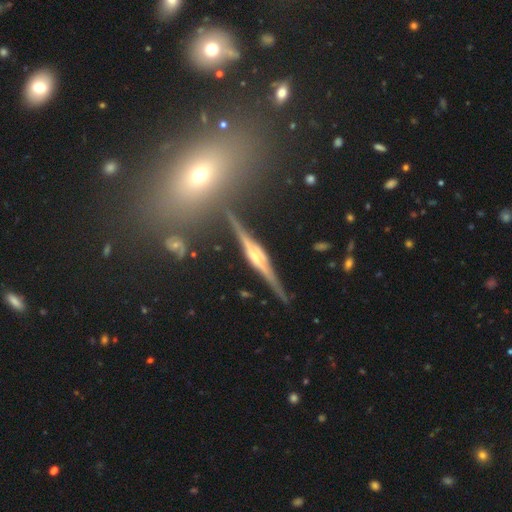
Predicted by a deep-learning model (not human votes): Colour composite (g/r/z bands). It shows a featured or disk galaxy (85%) viewed edge-on (97%) with a rounded central bulge (62%). Merging: none (85%).